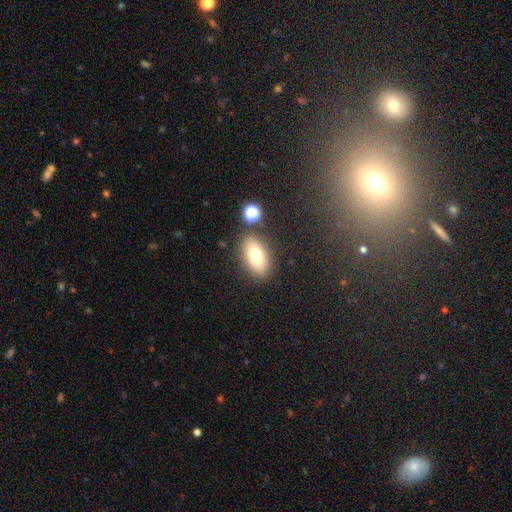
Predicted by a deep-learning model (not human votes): Smooth or featured? Predicted: smooth (p=0.77). How rounded? Predicted: in between (p=0.90). Merging? Predicted: none (p=0.82).